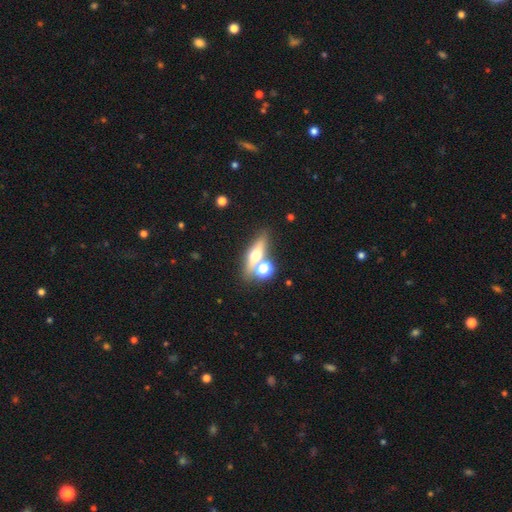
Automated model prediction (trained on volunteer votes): smooth 47%, featured or disk 40%, star or artifact 13%. Down the decision tree: merging — none (61%).